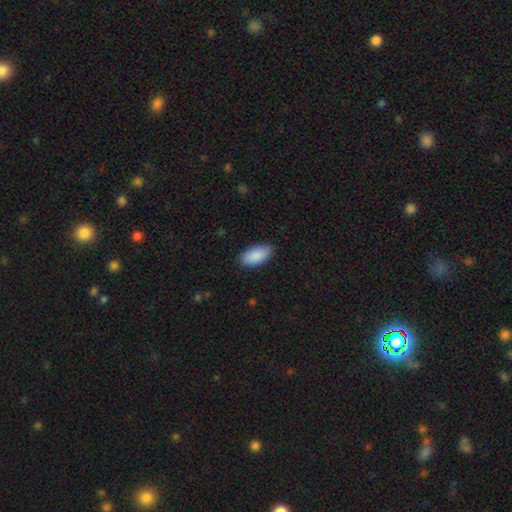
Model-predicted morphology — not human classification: Q: Smooth or featured?
A: smooth (90%); runner-up: star or artifact (6%)
Q: How rounded?
A: in between (93%); runner-up: cigar-shaped (5%)
Q: Merging?
A: none (88%); runner-up: minor disturbance (9%)